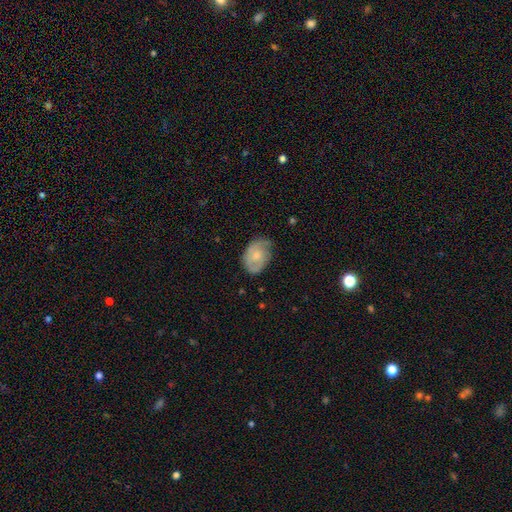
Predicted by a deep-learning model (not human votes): smooth_or_featured: featured or disk (p=0.54) [alt: smooth p=0.40]
disk_edge_on: no (p=0.96) [alt: yes p=0.04]
bar: no (p=0.73) [alt: weak p=0.24]
has_spiral_arms: yes (p=0.82) [alt: no p=0.18]
bulge_size: small (p=0.51) [alt: moderate p=0.37]
merging: none (p=0.60) [alt: minor disturbance p=0.29]